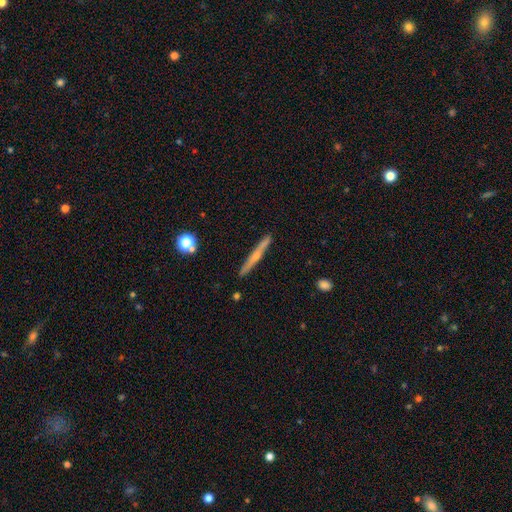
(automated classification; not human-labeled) Overall: featured or disk (67%). Edge-on disk: yes (97%). Edge-on bulge: rounded (76%). Merging: none (90%).